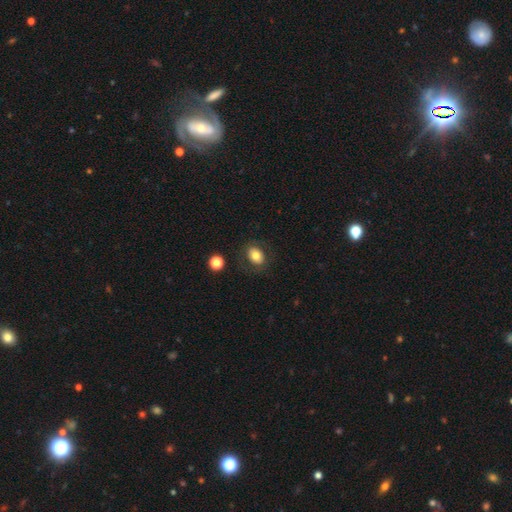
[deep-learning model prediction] smooth_or_featured: smooth (p=0.76) [alt: featured or disk p=0.15]
how_rounded: in between (p=0.70) [alt: round p=0.29]
merging: none (p=0.81) [alt: minor disturbance p=0.11]